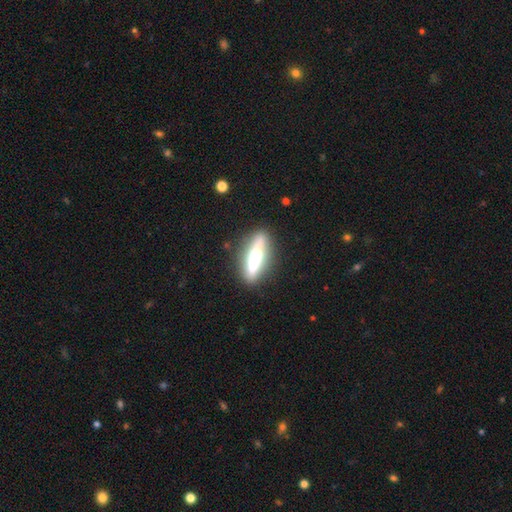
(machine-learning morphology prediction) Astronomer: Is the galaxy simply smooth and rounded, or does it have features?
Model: featured or disk — 59% (runner-up: smooth, 34%).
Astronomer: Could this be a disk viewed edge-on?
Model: yes — 86%.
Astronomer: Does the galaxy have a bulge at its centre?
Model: rounded — 83%.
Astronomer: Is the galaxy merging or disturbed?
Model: none — 87%.